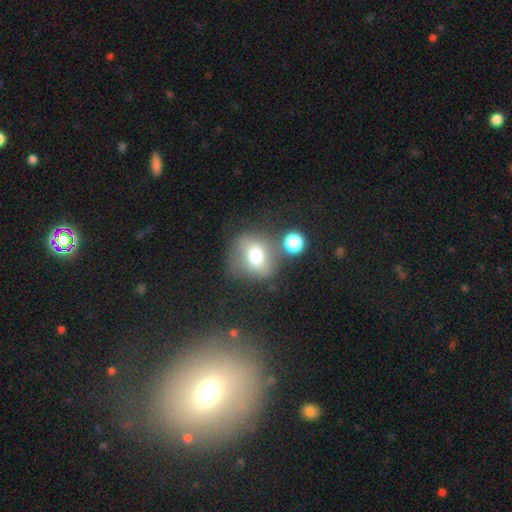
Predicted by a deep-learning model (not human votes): Smooth or featured?
  - smooth: 66% *
  - featured or disk: 21%
  - star or artifact: 13%
How rounded?
  - round: 68% *
  - in between: 30%
  - cigar-shaped: 2%
Merging?
  - none: 59% *
  - minor disturbance: 20%
  - merger: 11%
  - major disturbance: 11%